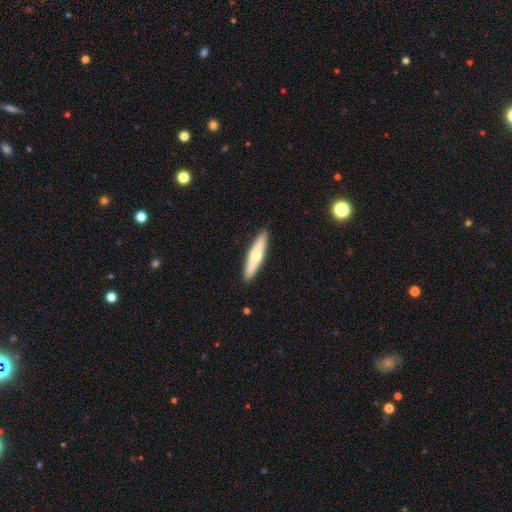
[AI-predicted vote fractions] A smooth galaxy with no disk features (53%) that is cigar-shaped (80%). Merging: none (91%).